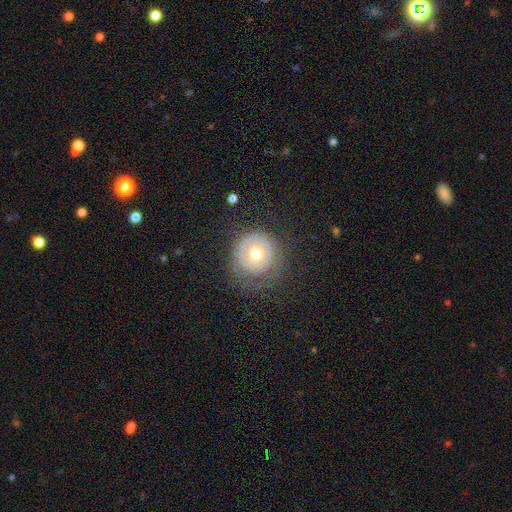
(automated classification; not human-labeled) A featured or disk galaxy (48%). Merging: none (77%).